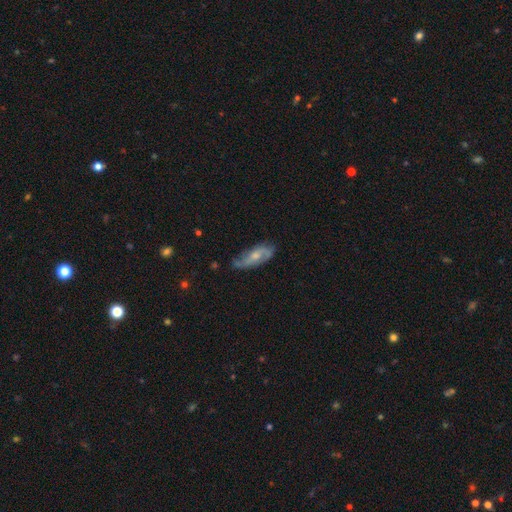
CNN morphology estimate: Smooth or featured?
  - featured or disk: 62% *
  - smooth: 31%
  - star or artifact: 7%
Edge-on disk?
  - no: 85% *
  - yes: 15%
Bar?
  - no: 61% *
  - weak: 32%
  - strong: 7%
Spiral arms?
  - yes: 84% *
  - no: 16%
Bulge size?
  - moderate: 54% *
  - small: 38%
  - large: 4%
  - none: 4%
  - dominant: 1%
Merging?
  - none: 63% *
  - minor disturbance: 27%
  - major disturbance: 8%
  - merger: 2%